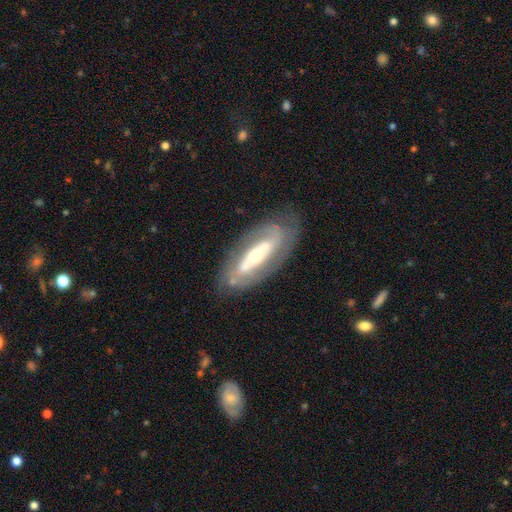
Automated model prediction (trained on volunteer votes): smooth_or_featured: featured or disk (p=0.81) [alt: smooth p=0.14]
disk_edge_on: no (p=0.86) [alt: yes p=0.14]
bar: strong (p=0.45) [alt: weak p=0.28]
has_spiral_arms: yes (p=0.79) [alt: no p=0.21]
spiral_winding: tight (p=0.56) [alt: medium p=0.32]
spiral_arm_count: 2 (p=0.64) [alt: can't tell p=0.25]
bulge_size: moderate (p=0.56) [alt: small p=0.33]
merging: none (p=0.80) [alt: minor disturbance p=0.13]